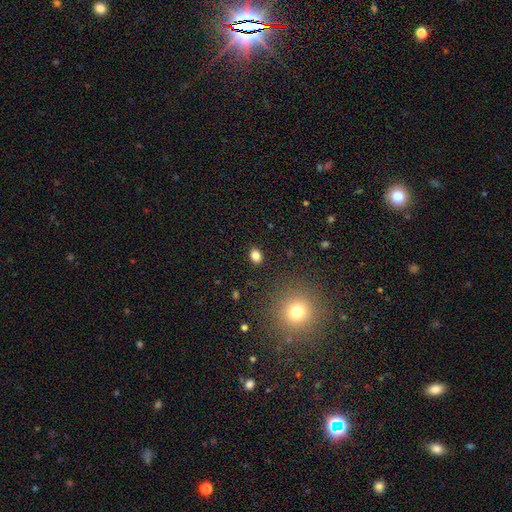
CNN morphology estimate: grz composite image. It shows a smooth galaxy with no disk features (82%) that is in between round and cigar-shaped (60%). Merging: none (88%).